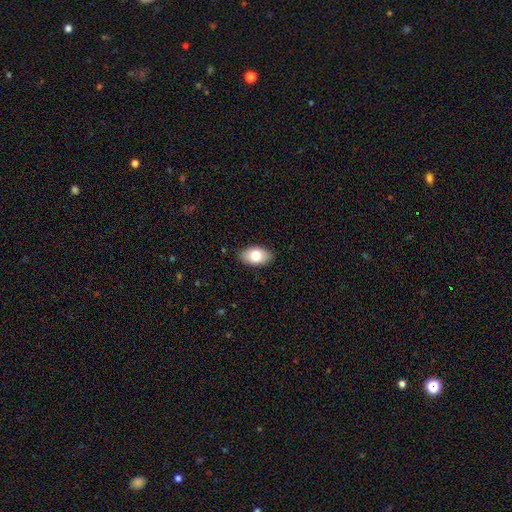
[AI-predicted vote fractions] Morphology: type=smooth (81%); roundness=in between (93%); merging=none (86%).